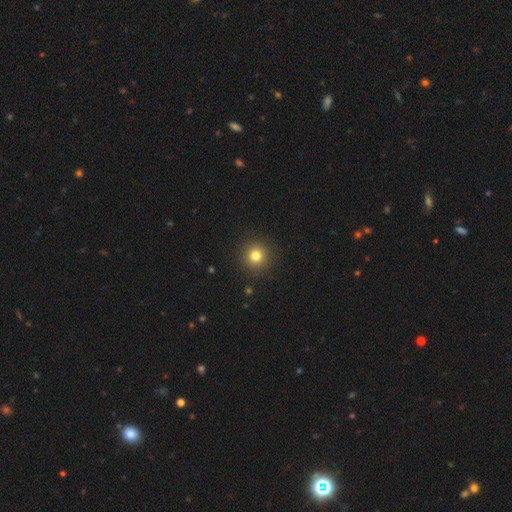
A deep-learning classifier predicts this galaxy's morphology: A smooth galaxy with no disk features (79%) that is round (95%). Merging: none (92%).